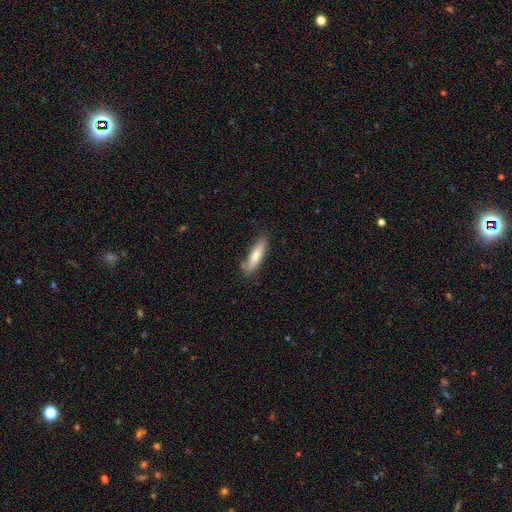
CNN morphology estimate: smooth-or-featured: smooth: 74% | featured or disk: 20% | star or artifact: 6%
  how-rounded: cigar-shaped: 75% | in between: 23% | round: 1%
  merging: none: 77% | minor disturbance: 17% | merger: 3% | major disturbance: 3%